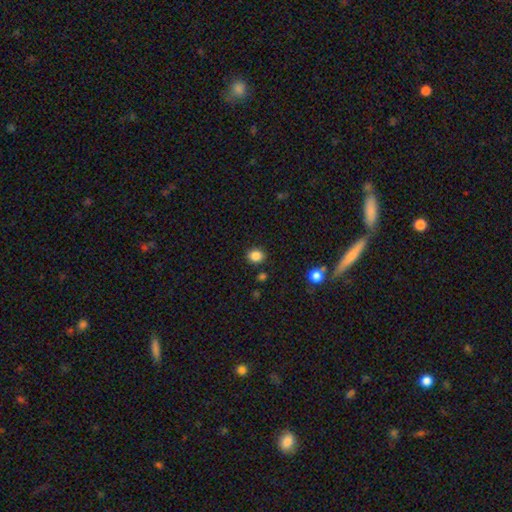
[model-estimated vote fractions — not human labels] Smooth or featured? Predicted: smooth (p=0.85). How rounded? Predicted: round (p=0.69). Merging? Predicted: none (p=0.87).